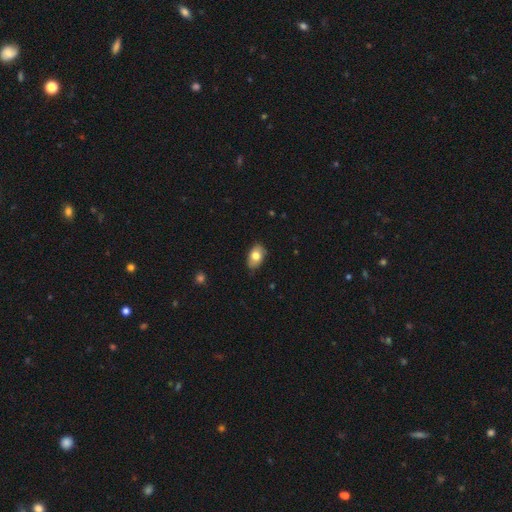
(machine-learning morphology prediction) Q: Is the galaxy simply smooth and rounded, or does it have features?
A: smooth — 78%.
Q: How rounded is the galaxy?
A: in between — 90%.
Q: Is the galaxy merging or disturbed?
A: none — 81%.